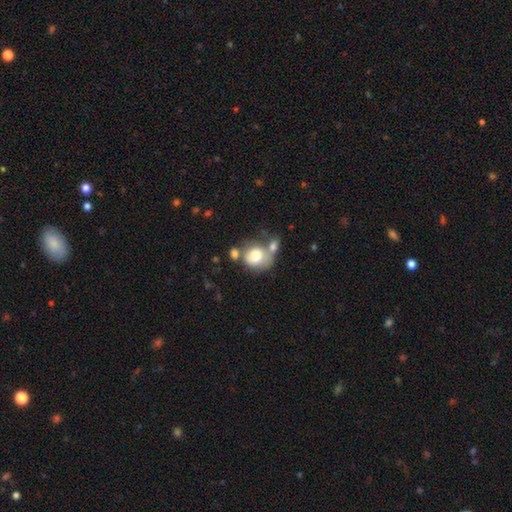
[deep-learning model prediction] smooth-or-featured: smooth: 73% | featured or disk: 19% | star or artifact: 8%
  how-rounded: round: 64% | in between: 35% | cigar-shaped: 1%
  merging: merger: 41% | none: 31% | minor disturbance: 16% | major disturbance: 12%